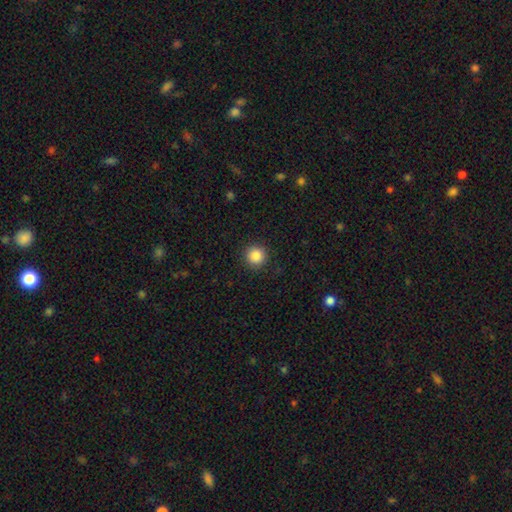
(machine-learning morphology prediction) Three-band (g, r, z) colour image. It shows a smooth galaxy with no disk features (86%) that is round (95%). Merging: none (92%).